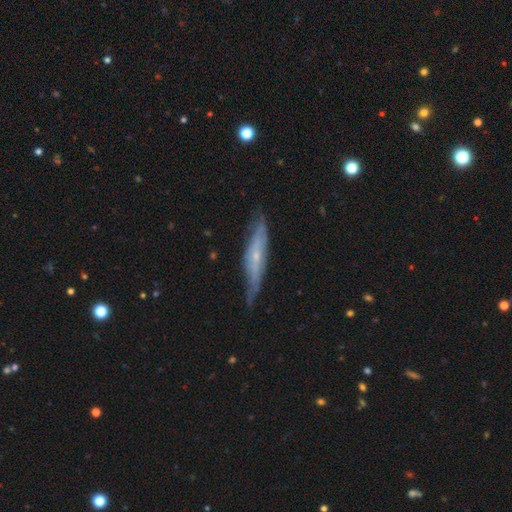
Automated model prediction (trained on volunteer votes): The model was most divided on "smooth or featured": featured or disk: 65%, smooth: 28%, star or artifact: 7%. More confident: edge-on disk — yes (70%); merging — none (69%).